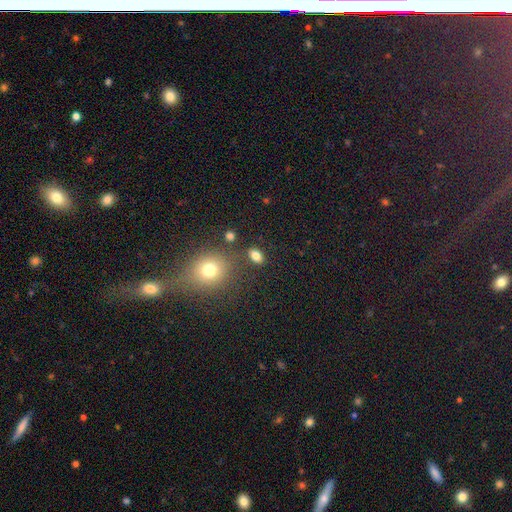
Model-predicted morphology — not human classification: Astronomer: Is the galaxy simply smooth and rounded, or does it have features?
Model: smooth — 81%.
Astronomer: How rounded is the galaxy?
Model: in between — 81%.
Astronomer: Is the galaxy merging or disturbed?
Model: none — 79%.